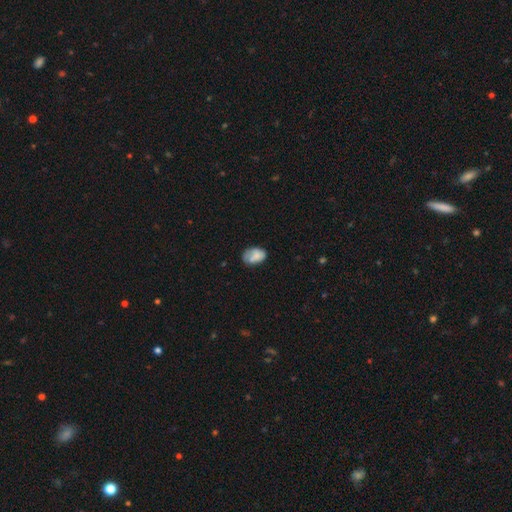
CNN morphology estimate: This appears to be a smooth galaxy with no disk features (75%) that is in between round and cigar-shaped (85%). Merging: none (53%).